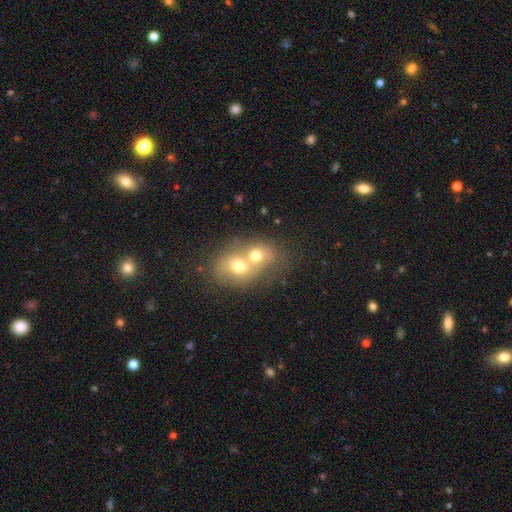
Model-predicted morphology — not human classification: type=smooth (55%); roundness=round (55%); merging=merger (70%).